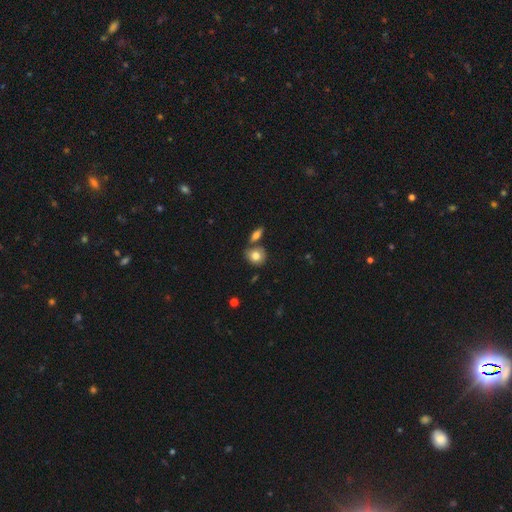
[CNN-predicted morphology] A smooth galaxy with no disk features (80%) that is round (68%). Merging: none (64%).